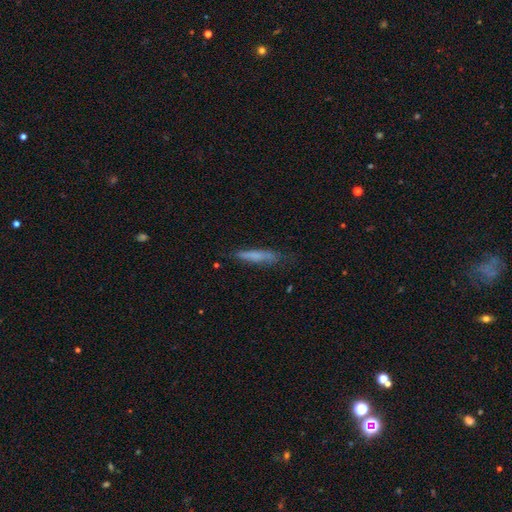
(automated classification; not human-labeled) The model was most divided on "smooth or featured": smooth: 66%, featured or disk: 26%, star or artifact: 8%. More confident: how rounded — cigar-shaped (90%); merging — none (69%).